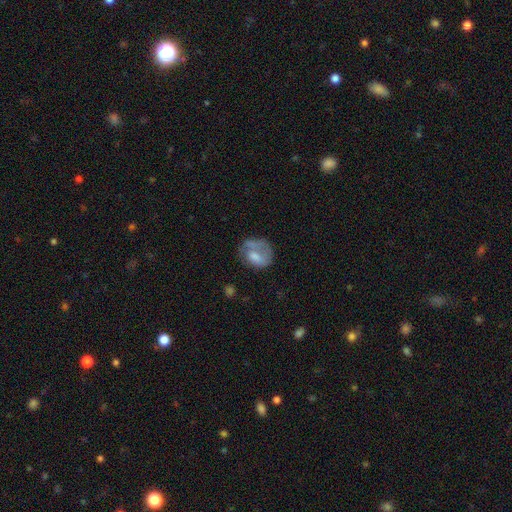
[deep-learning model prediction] smooth 58%, featured or disk 34%, star or artifact 8%. Down the decision tree: how rounded — in between (50%); merging — none (39%).